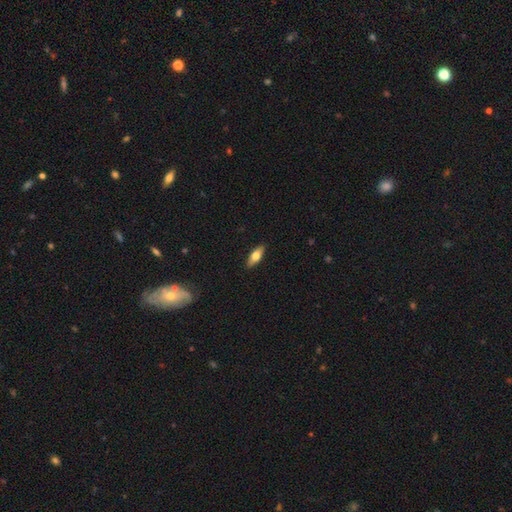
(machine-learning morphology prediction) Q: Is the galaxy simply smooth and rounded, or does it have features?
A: smooth — 61%.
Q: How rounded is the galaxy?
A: in between — 66%.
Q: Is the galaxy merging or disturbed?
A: none — 89%.